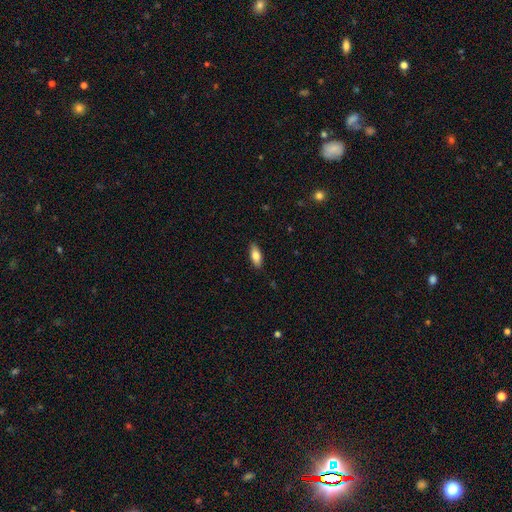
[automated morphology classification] Smooth or featured: smooth — 77% (featured or disk — 17%)
How rounded: in between — 78% (cigar-shaped — 20%)
Merging: none — 89% (minor disturbance — 9%)